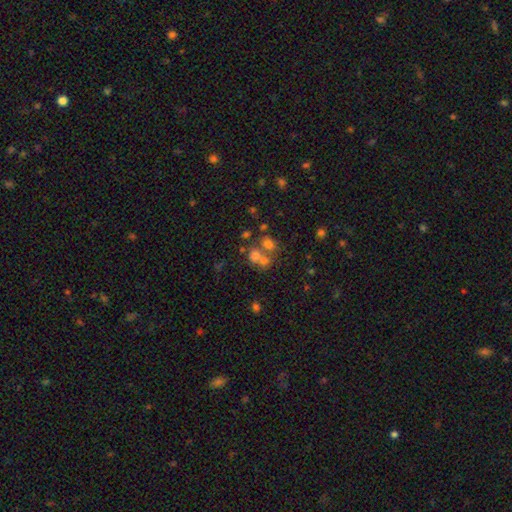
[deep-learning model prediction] The model was most divided on "merging": merger: 49%, none: 39%, minor disturbance: 7%, major disturbance: 5%. More confident: how rounded — round (69%); smooth or featured — smooth (60%).